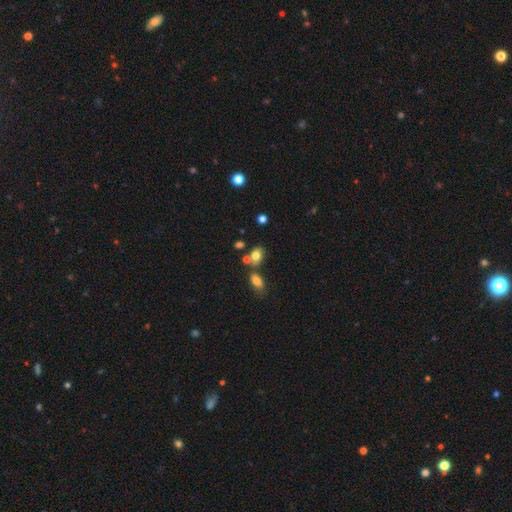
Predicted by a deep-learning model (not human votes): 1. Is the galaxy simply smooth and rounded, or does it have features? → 77% smooth, 11% featured or disk, 11% star or artifact.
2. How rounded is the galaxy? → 74% in between, 25% round, 2% cigar-shaped.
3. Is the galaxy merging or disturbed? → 55% none, 27% merger, 14% minor disturbance, 4% major disturbance.